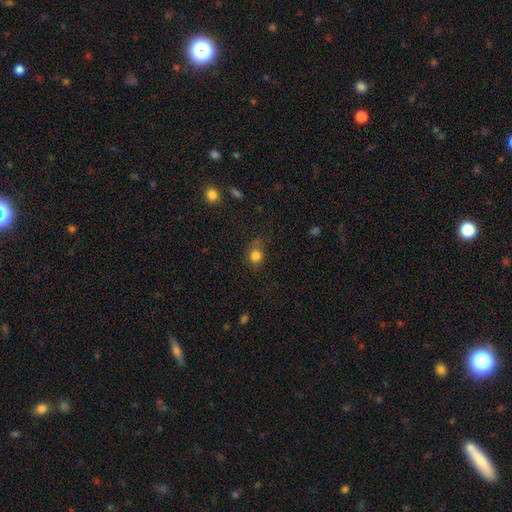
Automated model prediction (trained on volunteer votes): smooth 82%, star or artifact 13%, featured or disk 5%. Down the decision tree: how rounded — round (79%); merging — none (66%).